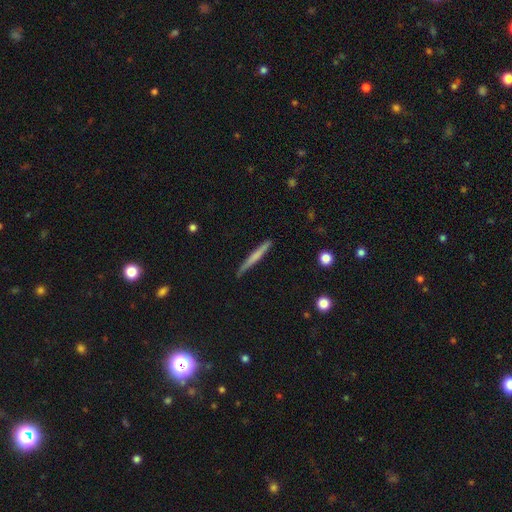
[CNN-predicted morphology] A smooth galaxy with no disk features (54%) that is cigar-shaped (96%). Merging: none (87%).